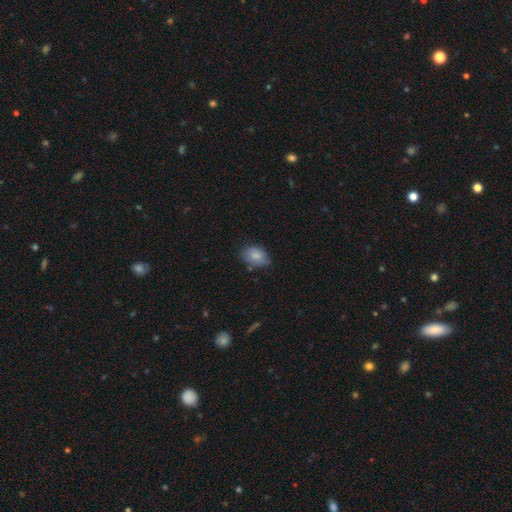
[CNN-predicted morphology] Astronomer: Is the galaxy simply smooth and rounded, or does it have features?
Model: smooth — 81%.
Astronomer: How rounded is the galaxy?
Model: in between — 81%.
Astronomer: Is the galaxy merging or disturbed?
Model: none — 64%.